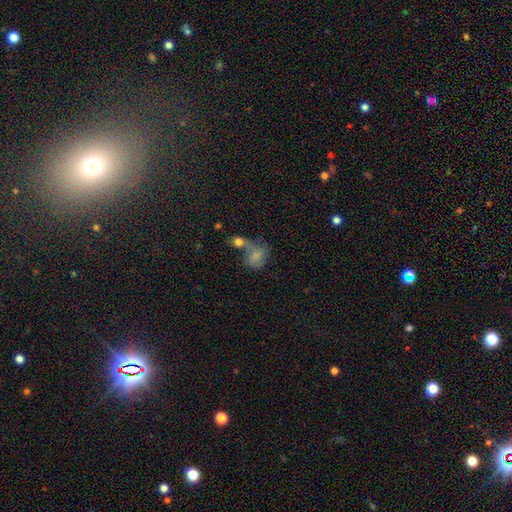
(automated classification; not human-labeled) Q: Smooth or featured?
A: smooth (62%); runner-up: featured or disk (26%)
Q: How rounded?
A: in between (52%); runner-up: round (47%)
Q: Merging?
A: merger (43%); runner-up: none (25%)